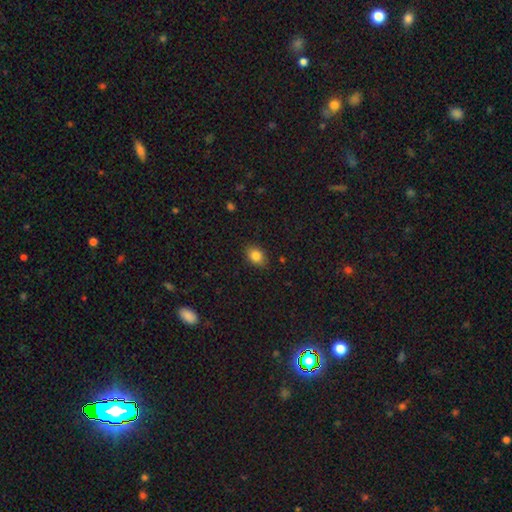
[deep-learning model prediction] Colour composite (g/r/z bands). It shows a smooth galaxy with no disk features (84%) that is in between round and cigar-shaped (73%). Merging: none (86%).